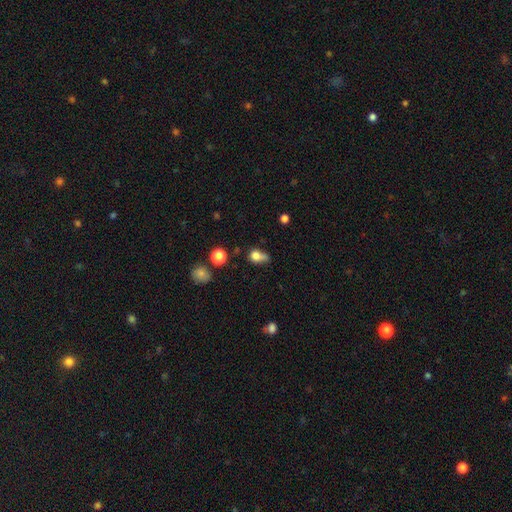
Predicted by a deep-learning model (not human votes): Morphology: type=smooth (76%); roundness=in between (51%); merging=minor disturbance (36%).